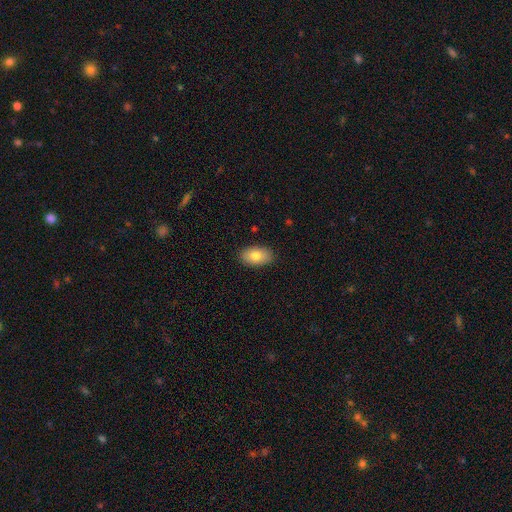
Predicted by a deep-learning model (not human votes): Smooth or featured? smooth (80%)
How rounded? in between (93%)
Merging? none (88%)